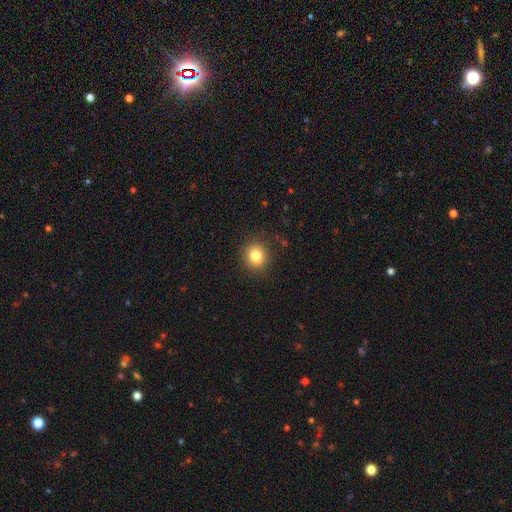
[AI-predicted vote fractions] smooth 81%, star or artifact 11%, featured or disk 8%. Down the decision tree: how rounded — round (72%); merging — none (85%).